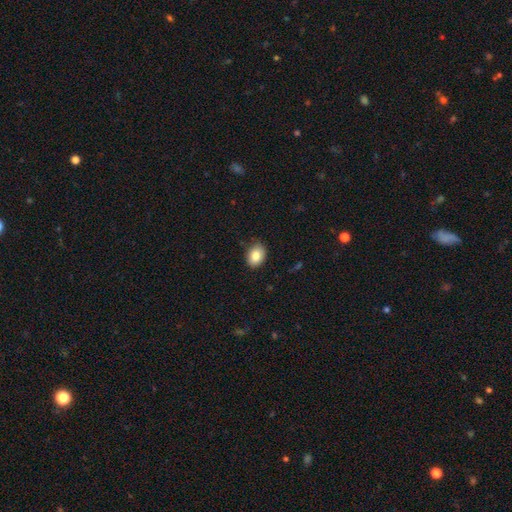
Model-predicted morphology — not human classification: A smooth galaxy with no disk features (83%) that is in between round and cigar-shaped (69%).

Vote fractions:
- Smooth or featured? smooth: 83% / star or artifact: 8% / featured or disk: 8%
- How rounded? in between: 69% / round: 30% / cigar-shaped: 1%
- Merging? none: 86% / minor disturbance: 11% / major disturbance: 2% / merger: 1%